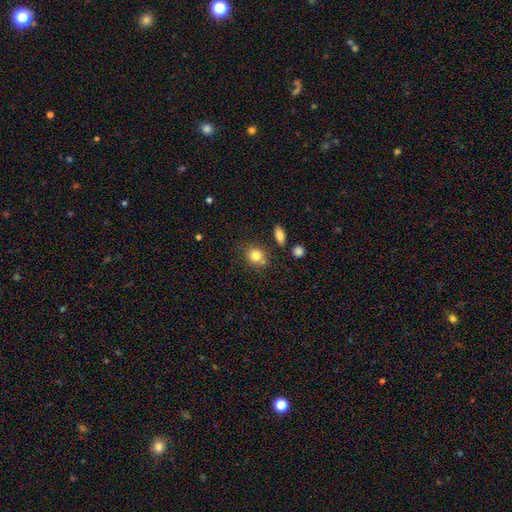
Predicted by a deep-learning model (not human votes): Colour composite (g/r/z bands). It shows a smooth galaxy with no disk features (82%) that is round (74%). Merging: none (71%).